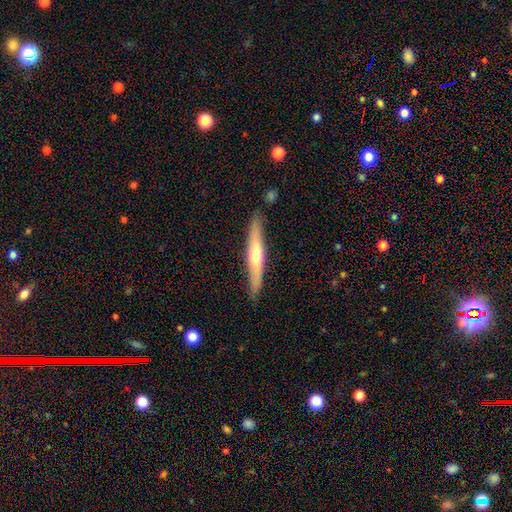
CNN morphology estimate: The model was most divided on "smooth or featured": featured or disk: 55%, smooth: 40%, star or artifact: 5%. More confident: edge-on disk — yes (92%); merging — none (87%); edge-on bulge — rounded (83%).